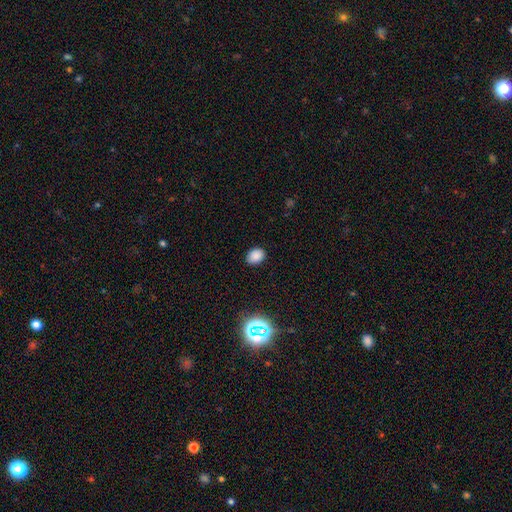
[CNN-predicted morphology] Smooth or featured? Predicted: smooth (p=0.84). How rounded? Predicted: in between (p=0.64). Merging? Predicted: none (p=0.88).